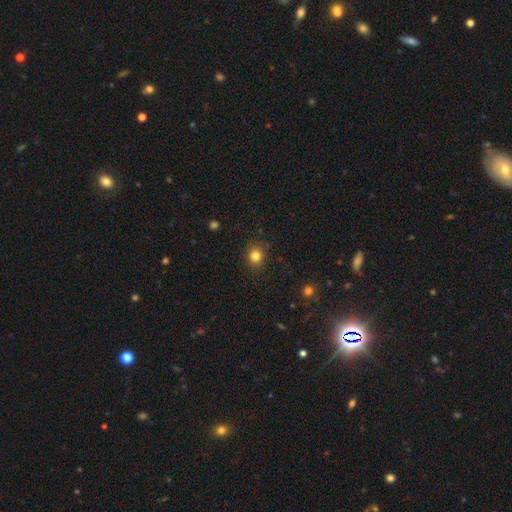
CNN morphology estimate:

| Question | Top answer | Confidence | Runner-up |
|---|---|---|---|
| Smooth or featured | smooth | 82% | star or artifact (13%) |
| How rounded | round | 77% | in between (22%) |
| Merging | none | 87% | minor disturbance (9%) |